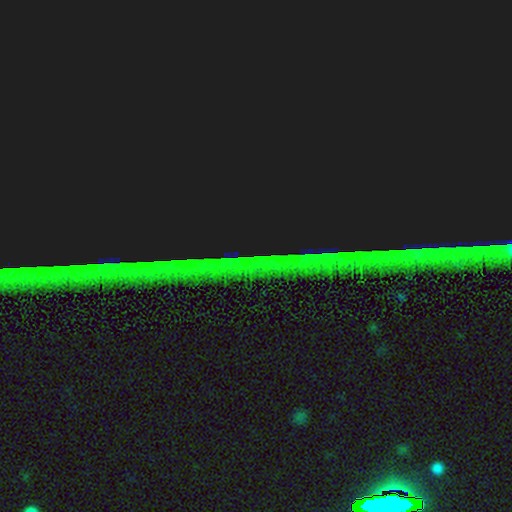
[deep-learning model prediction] star or artifact 82%, featured or disk 9%, smooth 9%.